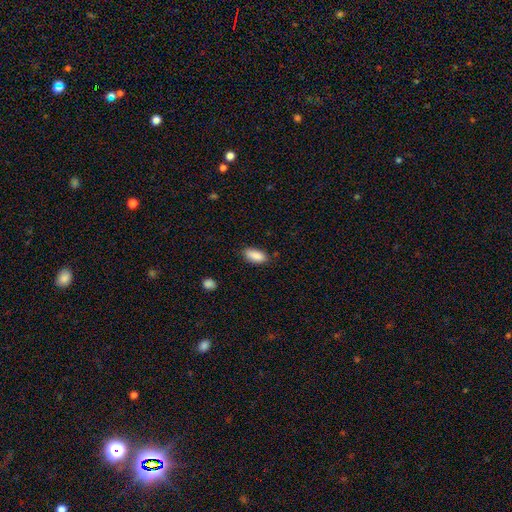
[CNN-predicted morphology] This appears to be a smooth galaxy with no disk features (89%) that is in between round and cigar-shaped (88%). Merging: none (83%).